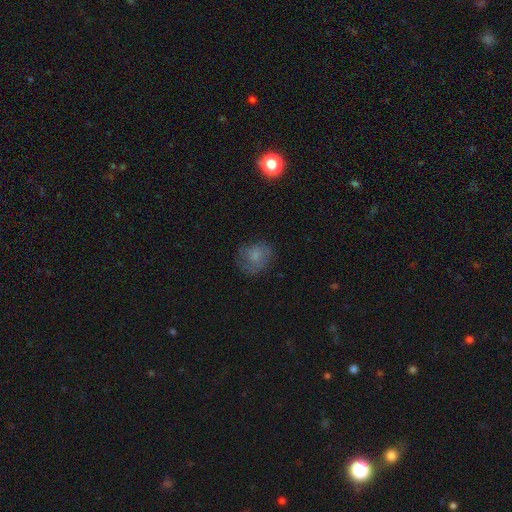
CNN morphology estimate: A smooth galaxy with no disk features (64%) that is round (70%).

Vote fractions:
- Smooth or featured? smooth: 64% / featured or disk: 23% / star or artifact: 12%
- How rounded? round: 70% / in between: 29% / cigar-shaped: 1%
- Merging? none: 62% / minor disturbance: 23% / major disturbance: 13% / merger: 1%